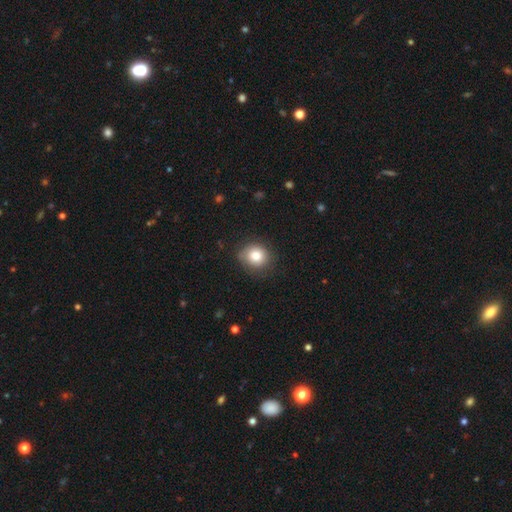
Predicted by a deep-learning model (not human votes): Overall: smooth (83%). How rounded: round (82%). Merging: none (79%).